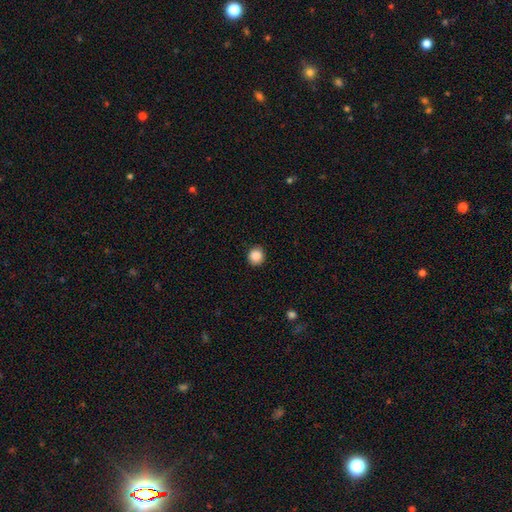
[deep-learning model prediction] smooth-or-featured: smooth: 89% | star or artifact: 9% | featured or disk: 2%
  how-rounded: round: 89% | in between: 10% | cigar-shaped: 1%
  merging: none: 90% | minor disturbance: 7% | major disturbance: 2% | merger: 1%